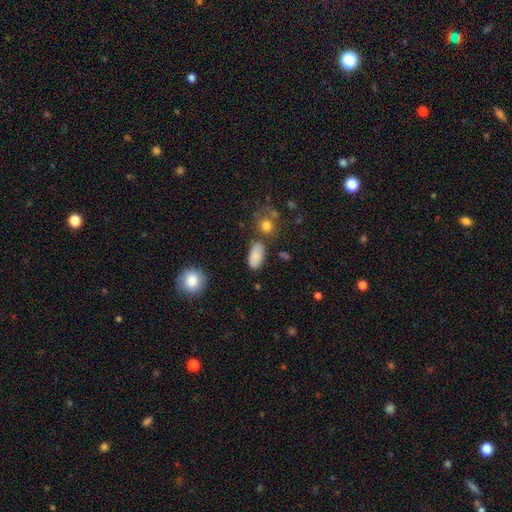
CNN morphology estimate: Smooth or featured: smooth — 86% (star or artifact — 8%)
How rounded: in between — 91% (round — 4%)
Merging: none — 77% (minor disturbance — 13%)